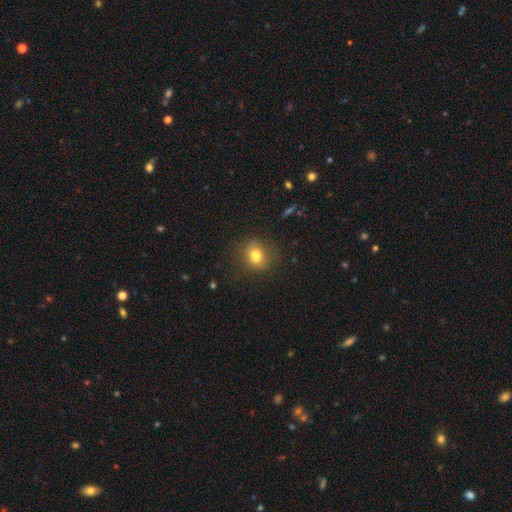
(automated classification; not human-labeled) This appears to be a smooth galaxy with no disk features (79%) that is round (70%). Merging: none (83%).